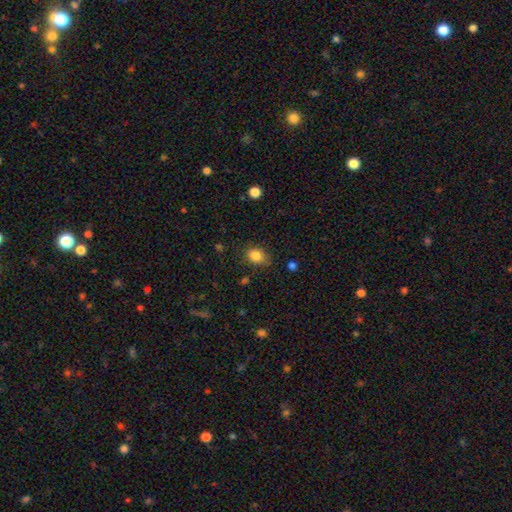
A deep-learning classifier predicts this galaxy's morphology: This is clearly a smooth galaxy (84%). How rounded: possibly in between (51%). Merging: likely none (70%).